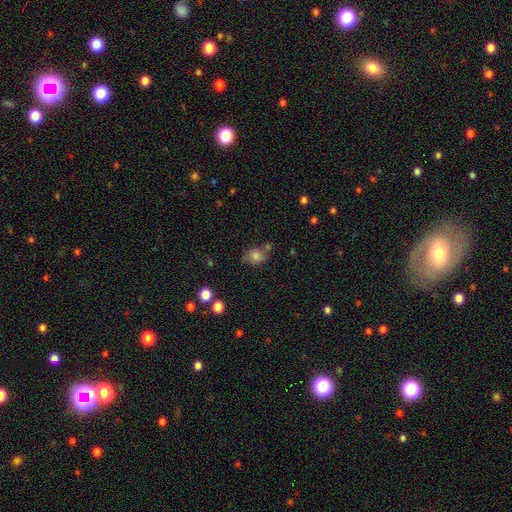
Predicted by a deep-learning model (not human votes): The model was most divided on "how rounded": round: 58%, in between: 41%, cigar-shaped: 1%. More confident: smooth or featured — smooth (78%); merging — none (62%).